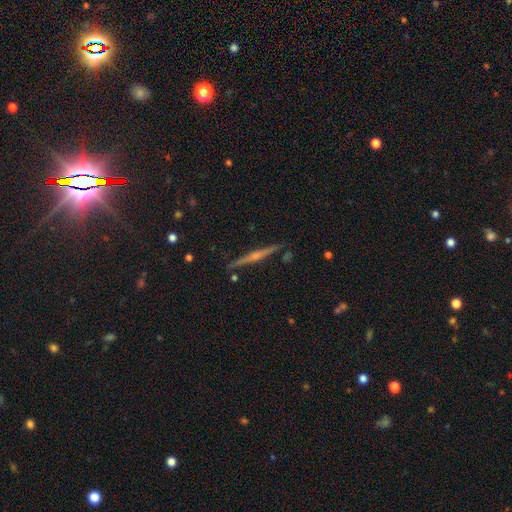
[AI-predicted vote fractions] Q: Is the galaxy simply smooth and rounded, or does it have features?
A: featured or disk — 78%.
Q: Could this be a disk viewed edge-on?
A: yes — 98%.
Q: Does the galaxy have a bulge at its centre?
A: rounded — 74%.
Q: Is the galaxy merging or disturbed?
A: none — 91%.